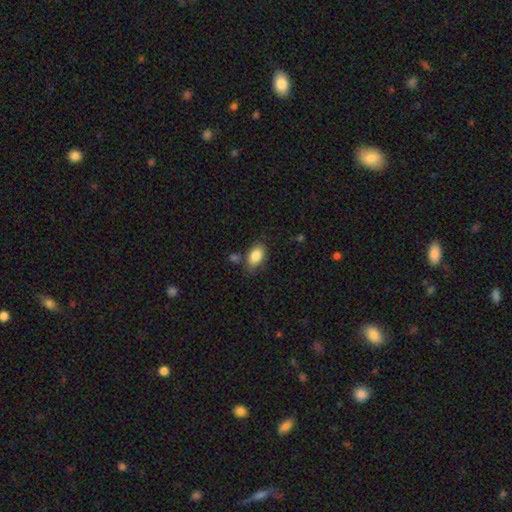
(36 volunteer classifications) Smooth or featured? smooth (83%)
How rounded? in between (100%)
Merging? none (66%)